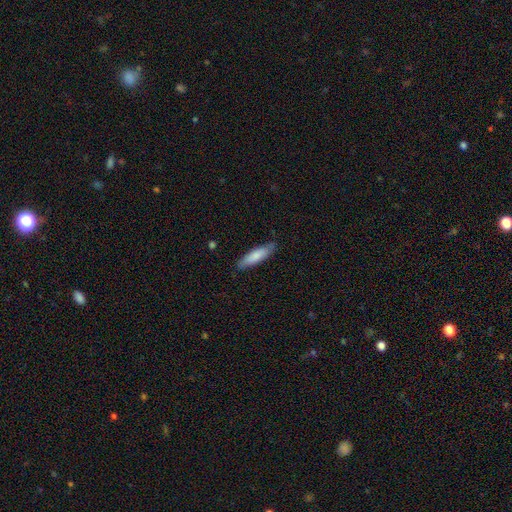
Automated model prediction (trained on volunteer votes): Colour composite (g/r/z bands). It shows a smooth galaxy with no disk features (80%) that is cigar-shaped (65%). Merging: none (82%).